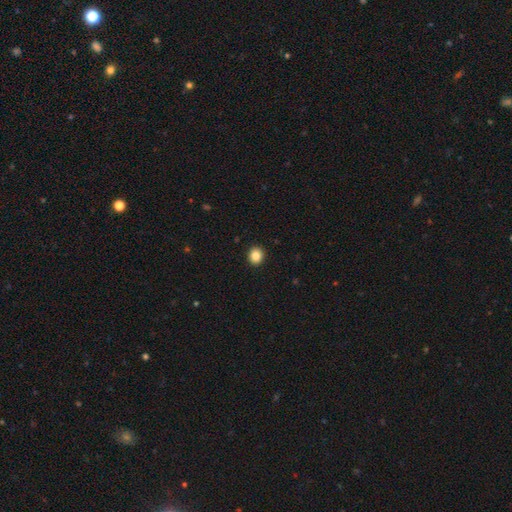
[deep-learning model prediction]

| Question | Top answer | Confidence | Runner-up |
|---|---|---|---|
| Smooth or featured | smooth | 85% | star or artifact (10%) |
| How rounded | round | 78% | in between (21%) |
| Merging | none | 93% | minor disturbance (5%) |